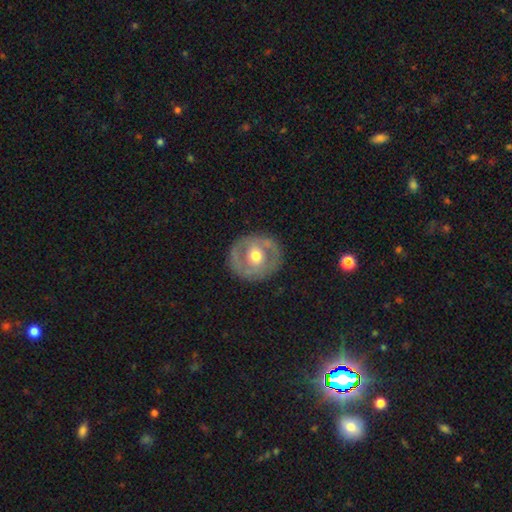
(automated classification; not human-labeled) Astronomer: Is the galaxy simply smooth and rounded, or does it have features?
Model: featured or disk — 60%.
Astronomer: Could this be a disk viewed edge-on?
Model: no — 95%.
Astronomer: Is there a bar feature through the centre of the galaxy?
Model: no — 63%.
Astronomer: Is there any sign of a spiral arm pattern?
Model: no — 69%.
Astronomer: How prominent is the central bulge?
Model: moderate — 76%.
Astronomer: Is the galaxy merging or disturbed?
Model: none — 82%.